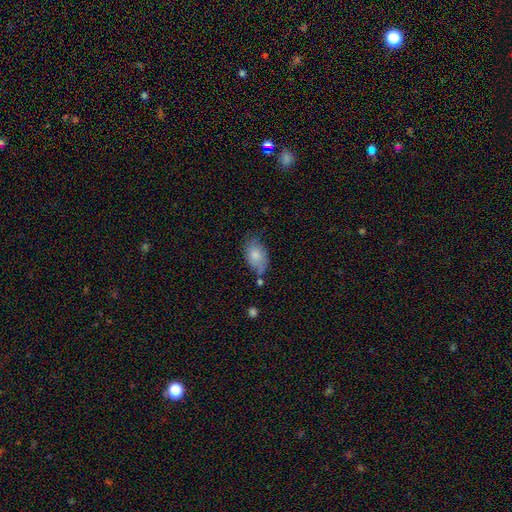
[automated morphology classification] This is likely a smooth galaxy (75%). How rounded: clearly in between (90%). Merging: possibly none (54%).